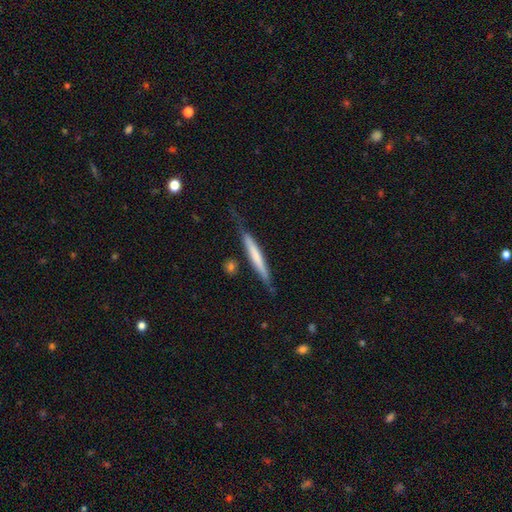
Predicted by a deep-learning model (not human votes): Q: Smooth or featured?
A: smooth (53%); runner-up: featured or disk (41%)
Q: How rounded?
A: cigar-shaped (96%); runner-up: in between (3%)
Q: Merging?
A: none (69%); runner-up: minor disturbance (22%)